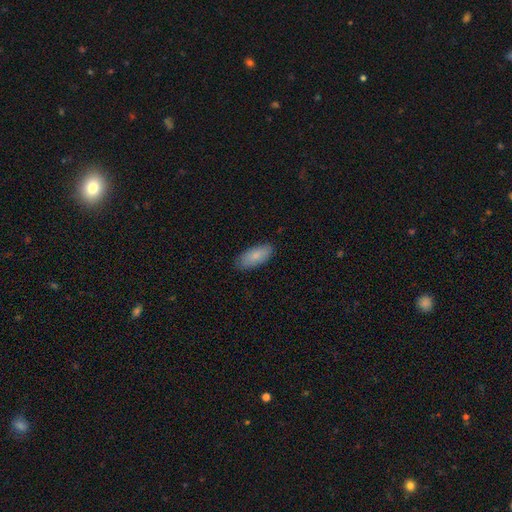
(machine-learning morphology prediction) This is clearly a smooth galaxy (85%). How rounded: clearly in between (87%). Merging: clearly none (84%).